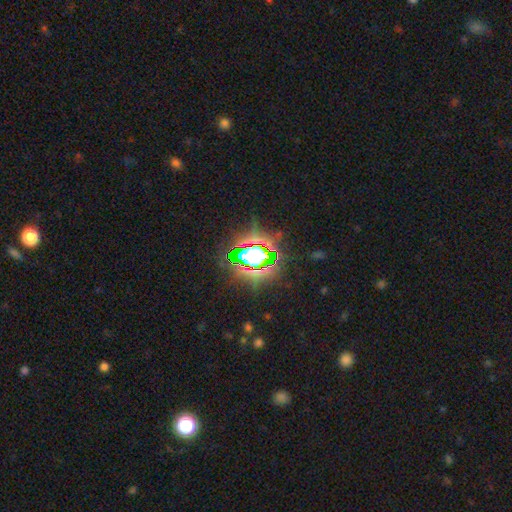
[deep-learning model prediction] smooth-or-featured: star or artifact: 75% | smooth: 14% | featured or disk: 11%